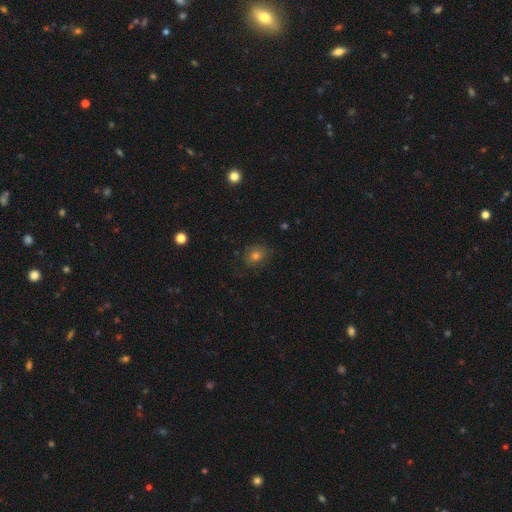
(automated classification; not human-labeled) Overall: smooth (66%). How rounded: round (62%; in between 37%). Merging: none (79%).